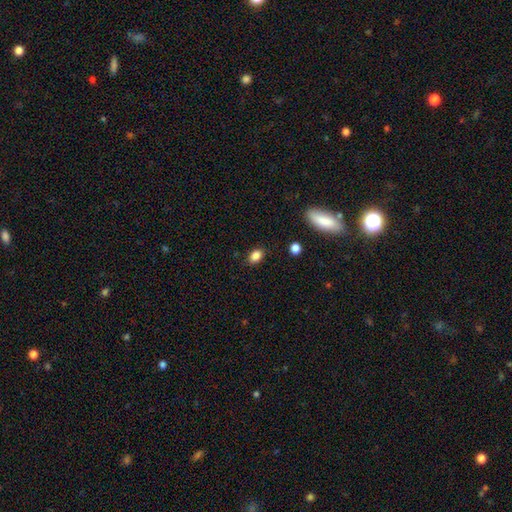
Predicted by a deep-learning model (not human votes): Smooth or featured? Predicted: smooth (p=0.85). How rounded? Predicted: in between (p=0.74). Merging? Predicted: none (p=0.84).